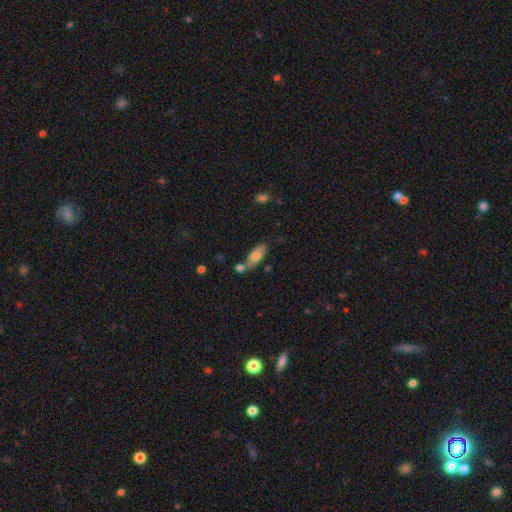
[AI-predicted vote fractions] Q: Smooth or featured?
A: smooth (67%); runner-up: featured or disk (26%)
Q: How rounded?
A: in between (74%); runner-up: cigar-shaped (23%)
Q: Merging?
A: none (58%); runner-up: merger (20%)